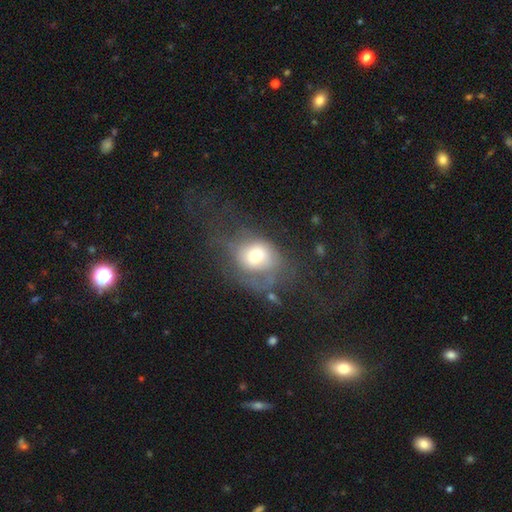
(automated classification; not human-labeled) Q: Smooth or featured?
A: smooth (62%); runner-up: featured or disk (27%)
Q: How rounded?
A: round (60%); runner-up: in between (39%)
Q: Merging?
A: major disturbance (42%); runner-up: none (32%)